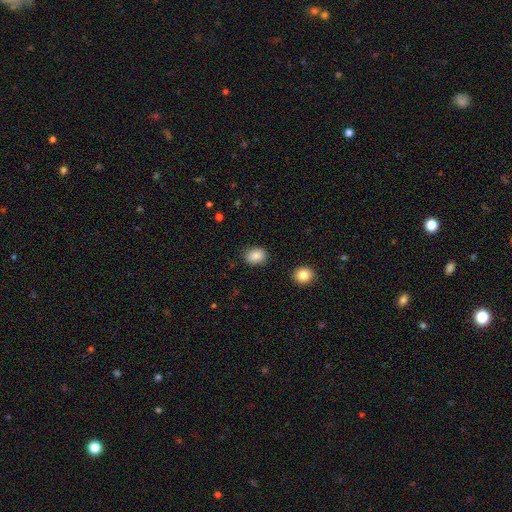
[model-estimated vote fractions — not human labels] A smooth galaxy with no disk features (86%) that is in between round and cigar-shaped (61%). Merging: none (85%).